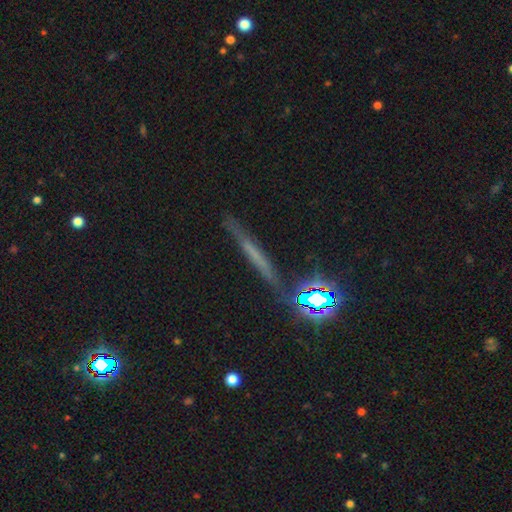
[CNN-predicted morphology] A featured or disk galaxy (39%).

Vote fractions:
- Smooth or featured? featured or disk: 39% / smooth: 38% / star or artifact: 22%
- Merging? none: 83% / minor disturbance: 11% / major disturbance: 3% / merger: 3%